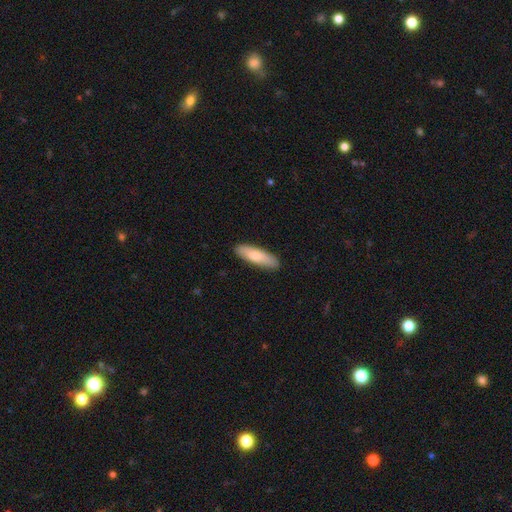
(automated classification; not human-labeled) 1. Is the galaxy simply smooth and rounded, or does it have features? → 76% smooth, 19% featured or disk, 5% star or artifact.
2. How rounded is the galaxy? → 55% cigar-shaped, 43% in between, 2% round.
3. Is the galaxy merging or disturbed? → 89% none, 8% minor disturbance, 2% major disturbance, 1% merger.